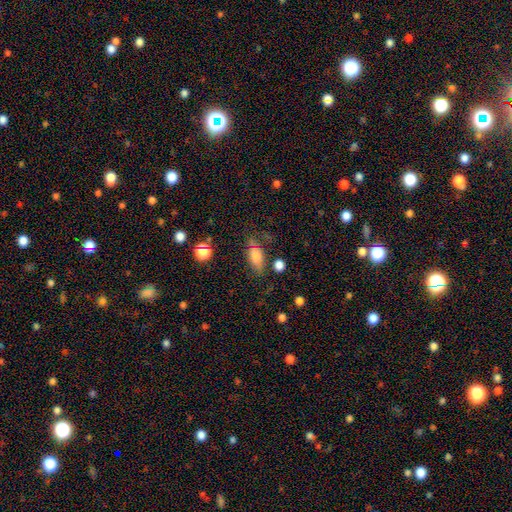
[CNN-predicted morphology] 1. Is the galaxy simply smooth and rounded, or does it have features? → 73% smooth, 16% featured or disk, 11% star or artifact.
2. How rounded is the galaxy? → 79% in between, 13% cigar-shaped, 8% round.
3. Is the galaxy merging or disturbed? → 58% none, 25% minor disturbance, 11% major disturbance, 6% merger.